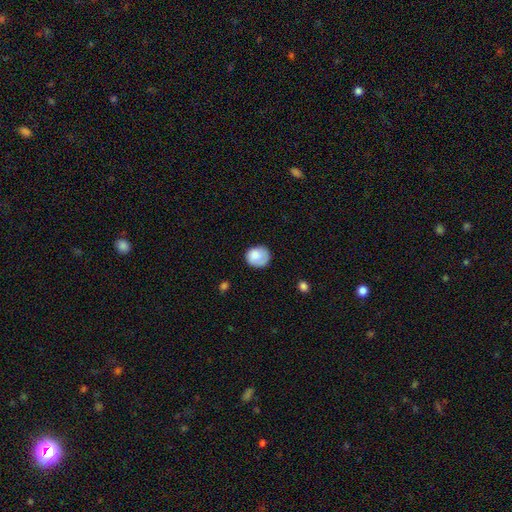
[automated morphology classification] Smooth or featured? smooth (80%)
How rounded? round (72%)
Merging? none (63%)